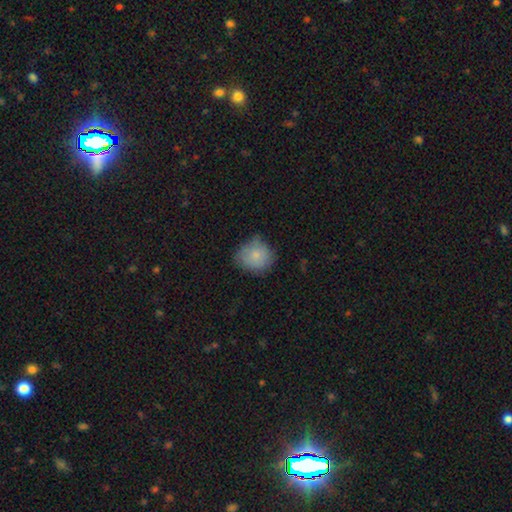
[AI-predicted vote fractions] Smooth or featured?
  - smooth: 81% *
  - featured or disk: 12%
  - star or artifact: 7%
How rounded?
  - round: 77% *
  - in between: 22%
  - cigar-shaped: 1%
Merging?
  - none: 58% *
  - minor disturbance: 33%
  - major disturbance: 7%
  - merger: 2%